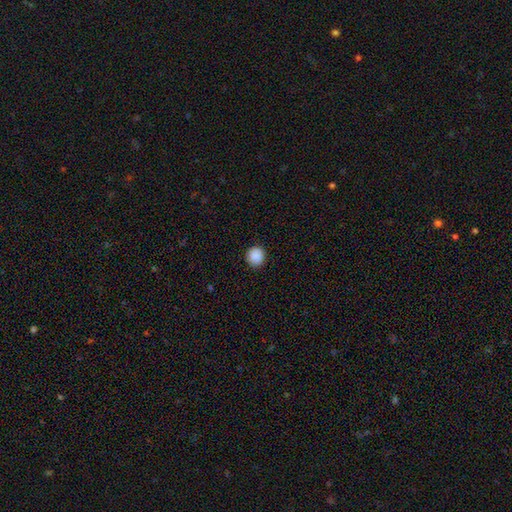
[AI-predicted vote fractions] The model was most divided on "smooth or featured": smooth: 89%, star or artifact: 8%, featured or disk: 2%. More confident: merging — none (92%); how rounded — round (91%).